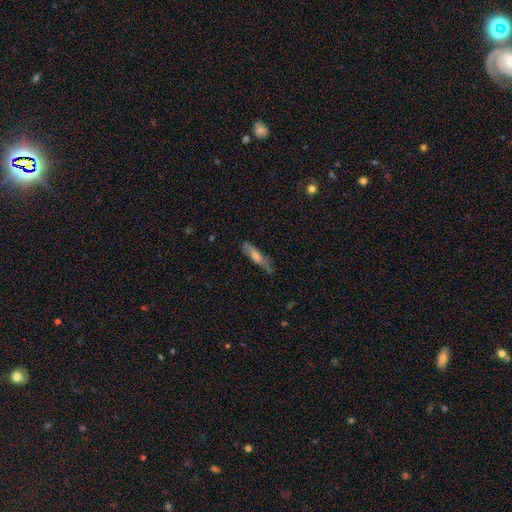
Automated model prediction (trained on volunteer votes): Morphology: type=smooth (52%); roundness=cigar-shaped (83%); merging=none (66%).